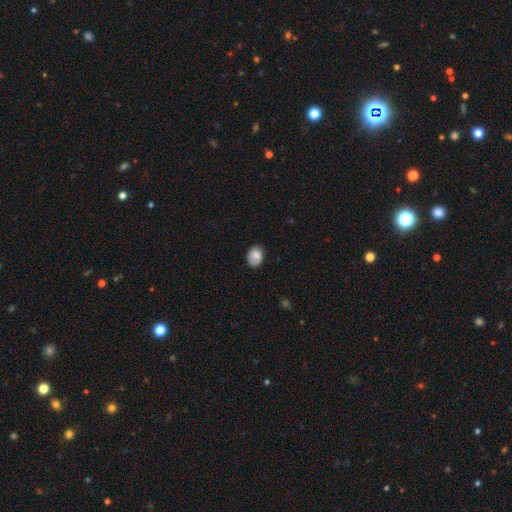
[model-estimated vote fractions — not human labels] Smooth or featured: smooth — 81% (featured or disk — 11%)
How rounded: in between — 68% (round — 31%)
Merging: none — 71% (minor disturbance — 23%)